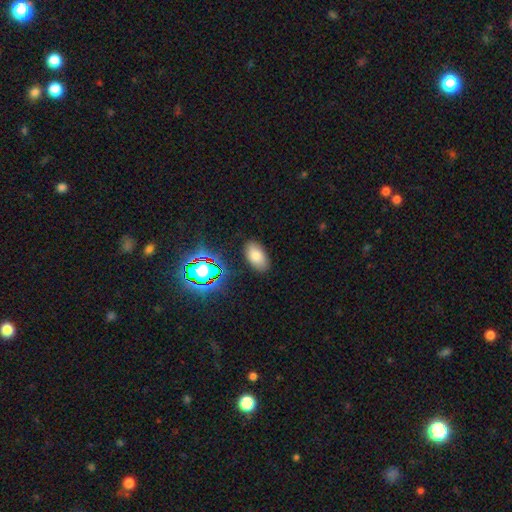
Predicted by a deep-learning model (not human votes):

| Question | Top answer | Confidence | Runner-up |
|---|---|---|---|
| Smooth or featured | smooth | 75% | star or artifact (16%) |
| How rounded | in between | 93% | round (5%) |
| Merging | none | 86% | minor disturbance (10%) |